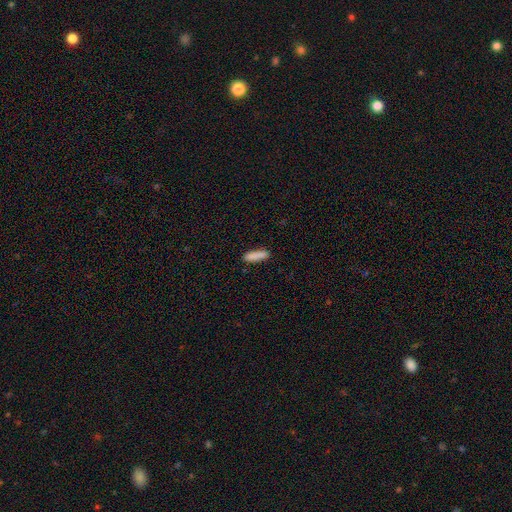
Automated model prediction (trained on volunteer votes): Smooth or featured?
  - smooth: 88% *
  - star or artifact: 6%
  - featured or disk: 6%
How rounded?
  - cigar-shaped: 73% *
  - in between: 26%
  - round: 2%
Merging?
  - none: 87% *
  - minor disturbance: 9%
  - major disturbance: 2%
  - merger: 2%